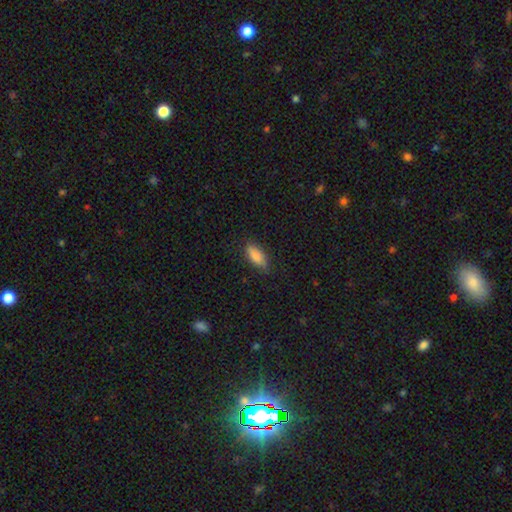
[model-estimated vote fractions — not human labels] Smooth or featured? Predicted: smooth (p=0.84). How rounded? Predicted: in between (p=0.77). Merging? Predicted: none (p=0.80).